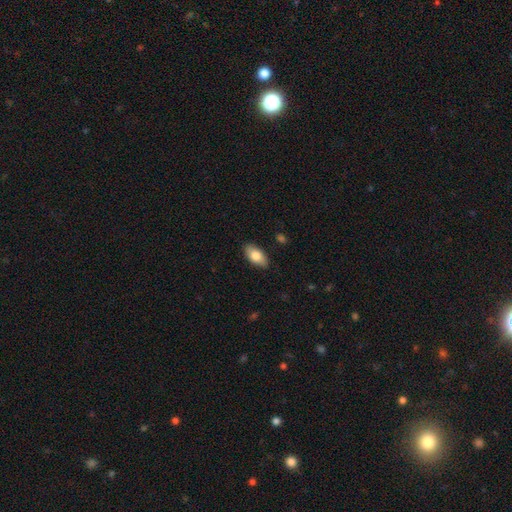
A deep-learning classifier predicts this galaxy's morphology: smooth 81%, featured or disk 13%, star or artifact 6%. Down the decision tree: how rounded — in between (93%); merging — none (87%).